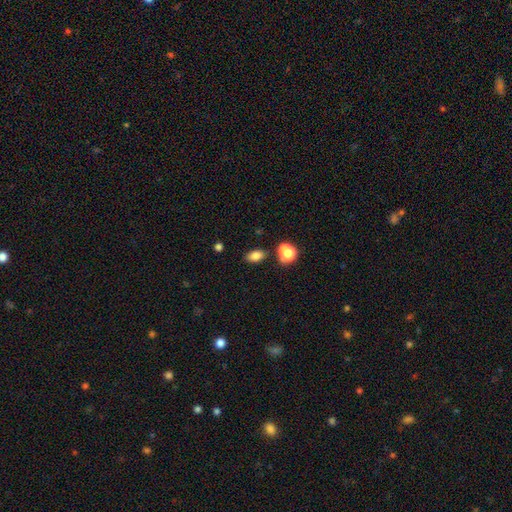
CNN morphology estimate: Smooth or featured? Predicted: smooth (p=0.82). How rounded? Predicted: in between (p=0.85). Merging? Predicted: none (p=0.75).